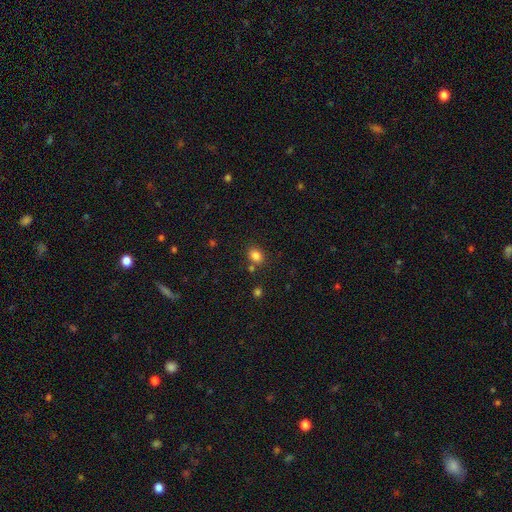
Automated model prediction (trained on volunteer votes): The model was most divided on "how rounded": in between: 54%, round: 45%, cigar-shaped: 1%. More confident: smooth or featured — smooth (83%); merging — none (77%).